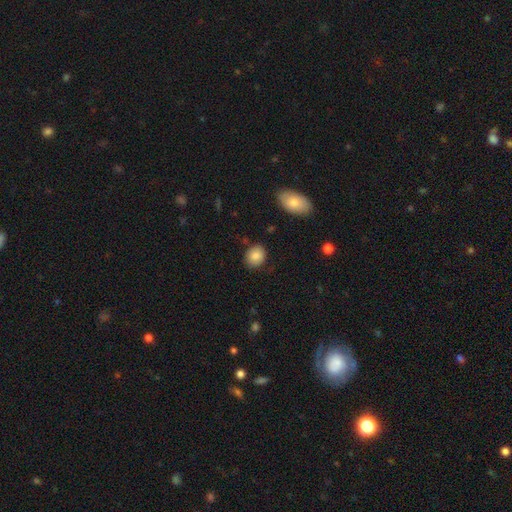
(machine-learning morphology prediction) This appears to be a smooth galaxy with no disk features (85%) that is round (54%). Merging: none (84%).